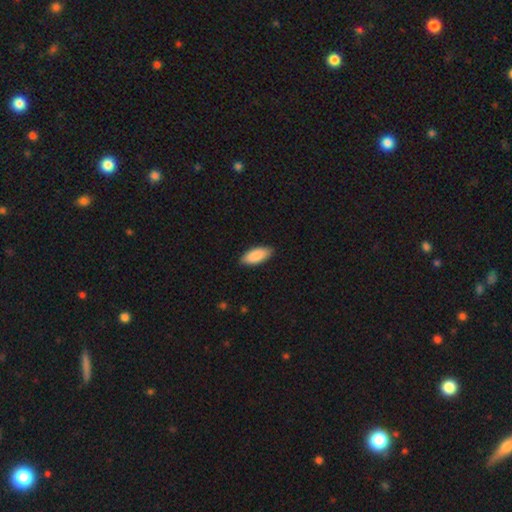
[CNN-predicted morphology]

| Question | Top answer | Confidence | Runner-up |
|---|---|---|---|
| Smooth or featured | smooth | 90% | star or artifact (5%) |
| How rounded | in between | 86% | cigar-shaped (13%) |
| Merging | none | 88% | minor disturbance (10%) |